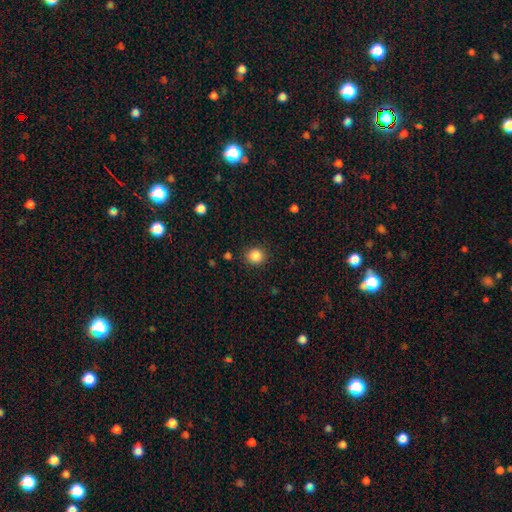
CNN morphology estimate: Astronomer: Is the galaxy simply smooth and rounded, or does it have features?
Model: smooth — 86%.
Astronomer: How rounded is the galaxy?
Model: round — 84%.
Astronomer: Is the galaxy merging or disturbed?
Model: none — 85%.